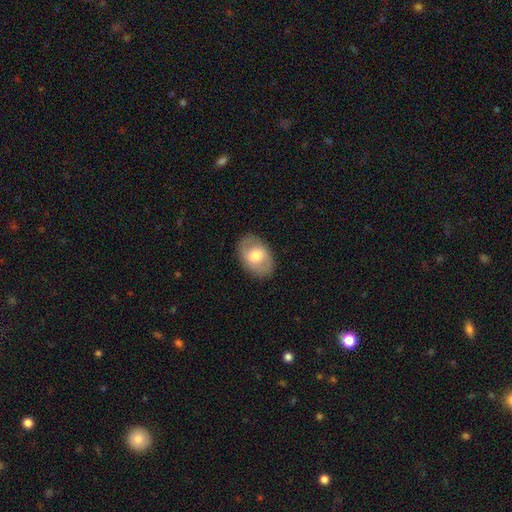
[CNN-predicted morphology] smooth 56%, featured or disk 38%, star or artifact 6%. Down the decision tree: how rounded — in between (81%); merging — none (85%).